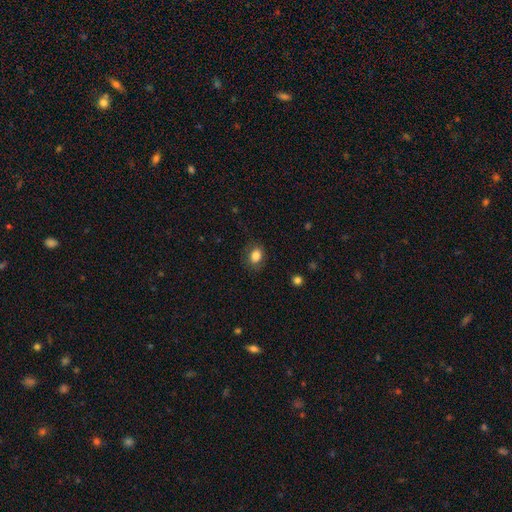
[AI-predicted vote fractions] A smooth galaxy with no disk features (84%) that is in between round and cigar-shaped (58%). Merging: none (80%).